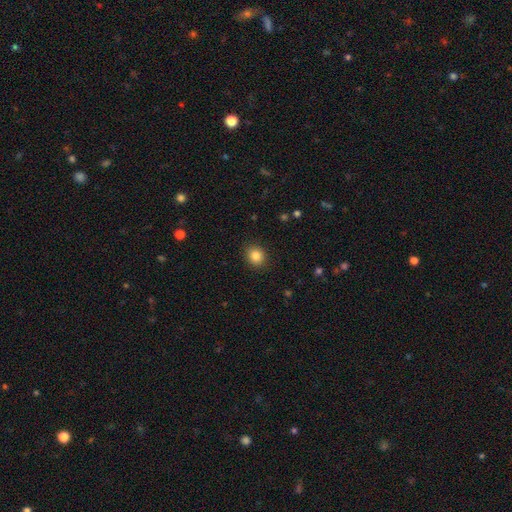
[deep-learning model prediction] A smooth galaxy with no disk features (85%) that is round (76%). Merging: none (90%).